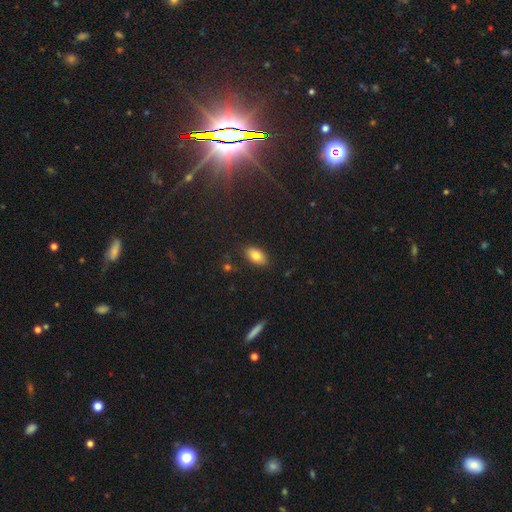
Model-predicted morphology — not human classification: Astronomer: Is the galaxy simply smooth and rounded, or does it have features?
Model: smooth — 81%.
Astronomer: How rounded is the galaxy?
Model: in between — 91%.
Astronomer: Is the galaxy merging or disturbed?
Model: none — 85%.